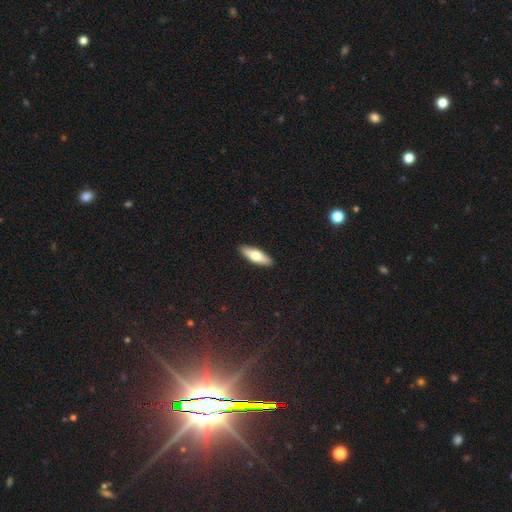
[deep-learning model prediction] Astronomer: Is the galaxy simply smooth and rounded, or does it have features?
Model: smooth — 67%.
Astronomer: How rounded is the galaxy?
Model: in between — 51% (runner-up: cigar-shaped, 47%).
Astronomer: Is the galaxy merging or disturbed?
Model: none — 91%.